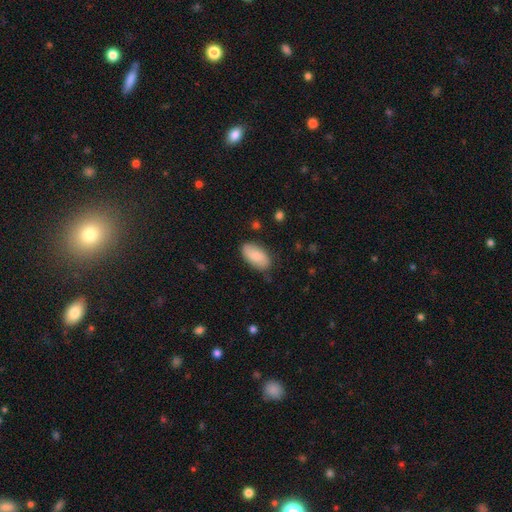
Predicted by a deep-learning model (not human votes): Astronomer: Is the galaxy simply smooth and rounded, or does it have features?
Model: smooth — 81%.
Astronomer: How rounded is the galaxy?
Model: in between — 94%.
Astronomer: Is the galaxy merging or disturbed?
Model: none — 81%.